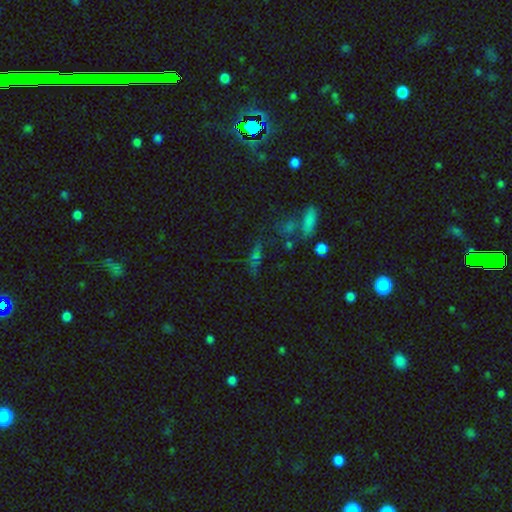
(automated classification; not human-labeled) smooth-or-featured: smooth: 39% | star or artifact: 35% | featured or disk: 26%
  merging: none: 61% | merger: 15% | minor disturbance: 15% | major disturbance: 9%